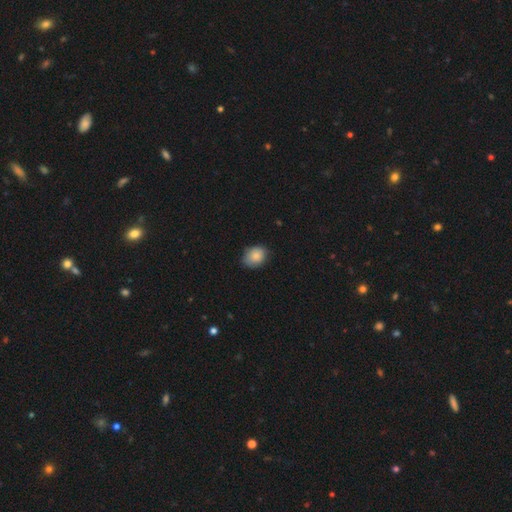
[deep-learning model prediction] A smooth galaxy with no disk features (85%) that is in between round and cigar-shaped (57%). Merging: none (73%).